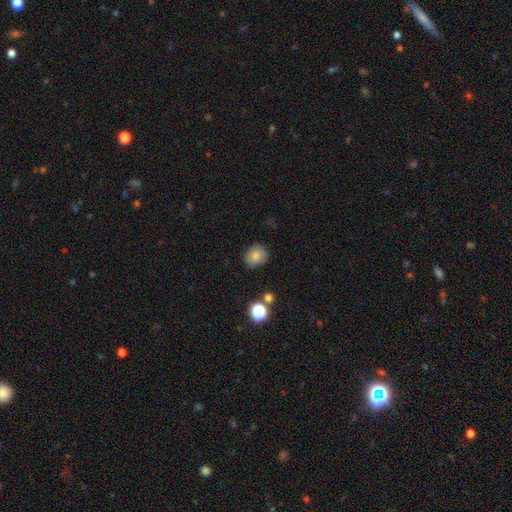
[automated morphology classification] type=smooth (81%); roundness=round (65%); merging=none (82%).